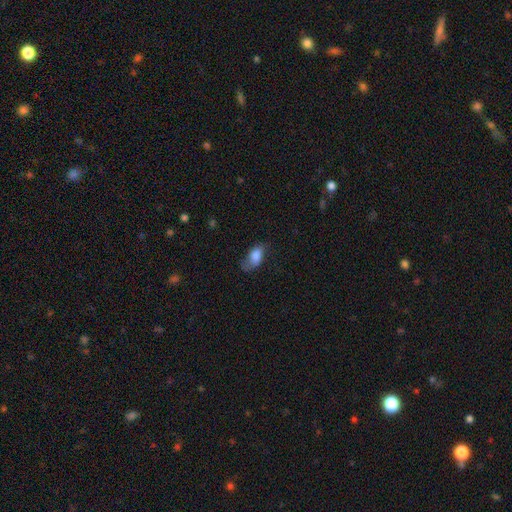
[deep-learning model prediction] A smooth galaxy with no disk features (78%) that is in between round and cigar-shaped (89%). Merging: none (47%).